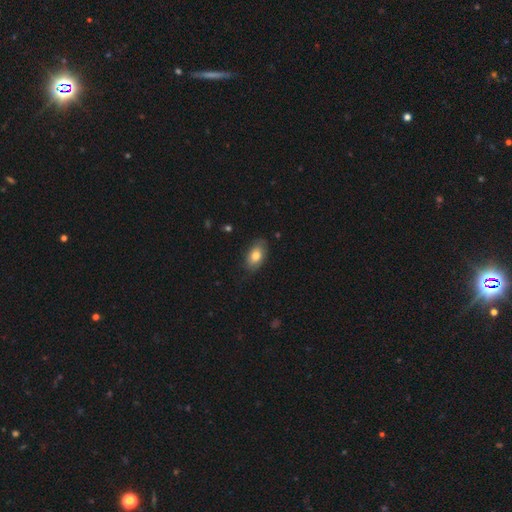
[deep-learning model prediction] Overall: smooth (76%). How rounded: in between (92%). Merging: none (79%).